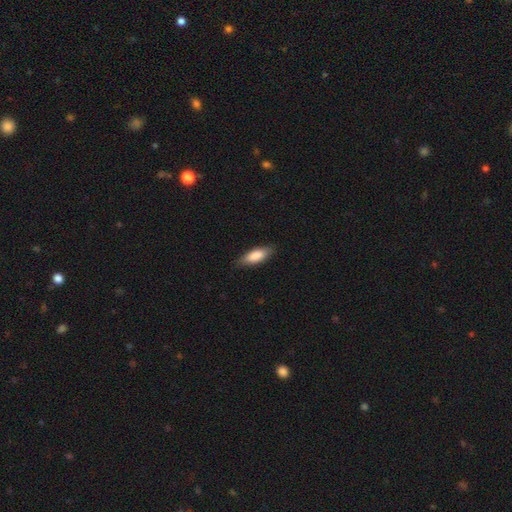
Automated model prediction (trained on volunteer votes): Smooth or featured? smooth (84%)
How rounded? in between (70%)
Merging? none (83%)